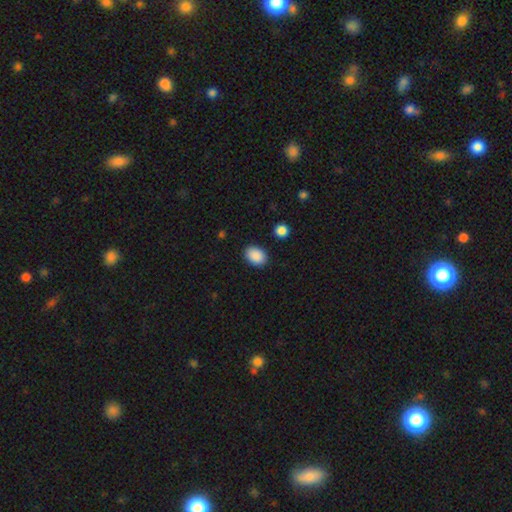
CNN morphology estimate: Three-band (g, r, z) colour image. It shows a smooth galaxy with no disk features (90%) that is in between round and cigar-shaped (78%). Merging: none (88%).